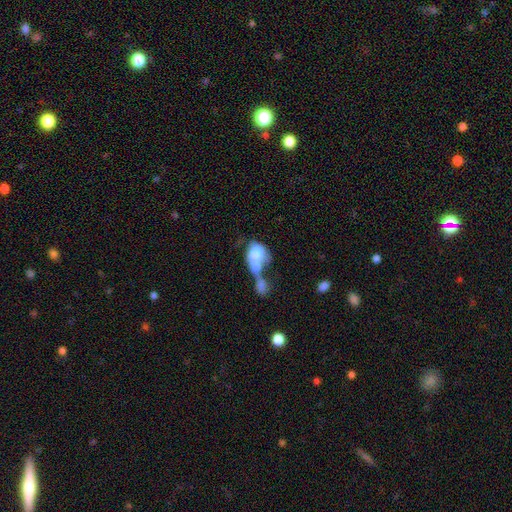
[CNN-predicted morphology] Overall: smooth (61%; featured or disk 31%). How rounded: in between (68%; round 30%). Merging: merger (67%).